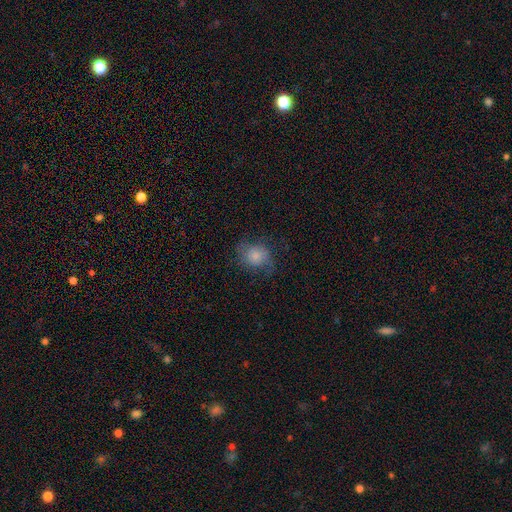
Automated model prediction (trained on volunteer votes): smooth-or-featured: smooth: 69% | featured or disk: 22% | star or artifact: 10%
  how-rounded: round: 69% | in between: 30% | cigar-shaped: 1%
  merging: none: 63% | minor disturbance: 23% | major disturbance: 14% | merger: 1%